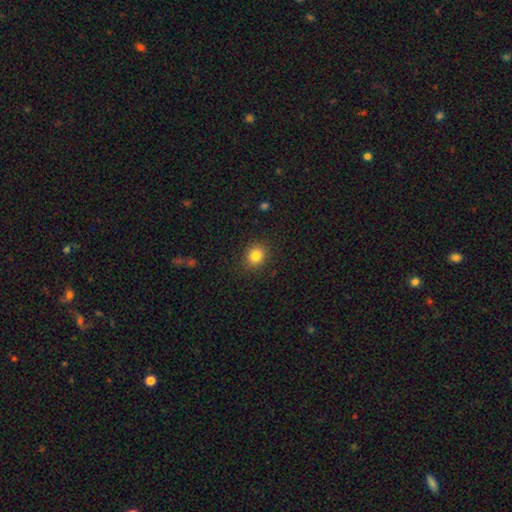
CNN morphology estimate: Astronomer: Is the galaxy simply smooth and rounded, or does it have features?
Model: smooth — 83%.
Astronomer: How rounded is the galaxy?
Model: round — 72%.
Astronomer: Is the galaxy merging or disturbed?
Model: none — 88%.